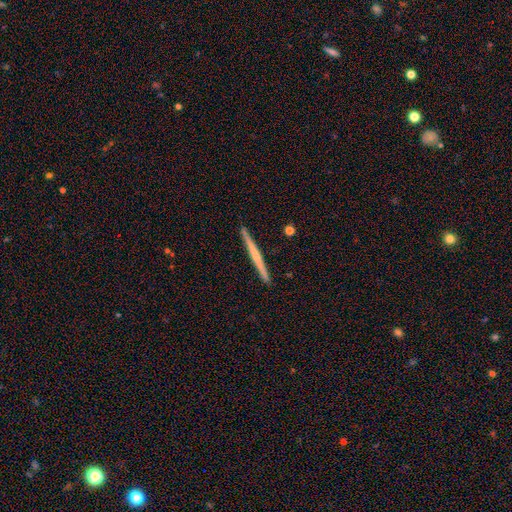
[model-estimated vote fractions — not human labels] The model was most divided on "smooth or featured": featured or disk: 57%, smooth: 38%, star or artifact: 5%. More confident: edge-on disk — yes (98%); merging — none (92%); edge-on bulge — none (62%).